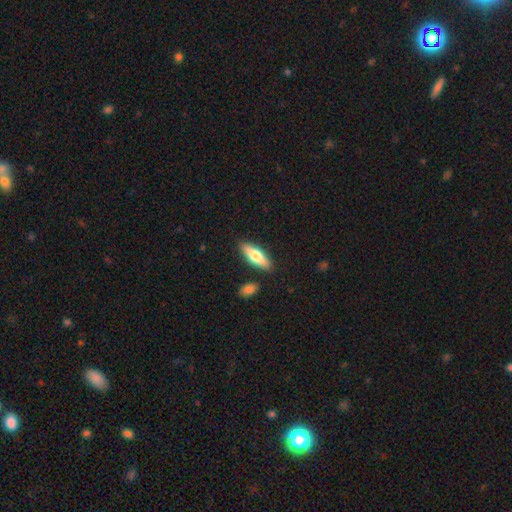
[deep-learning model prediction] Smooth or featured: smooth — 65% (featured or disk — 29%)
How rounded: in between — 54% (cigar-shaped — 44%)
Merging: none — 85% (minor disturbance — 10%)